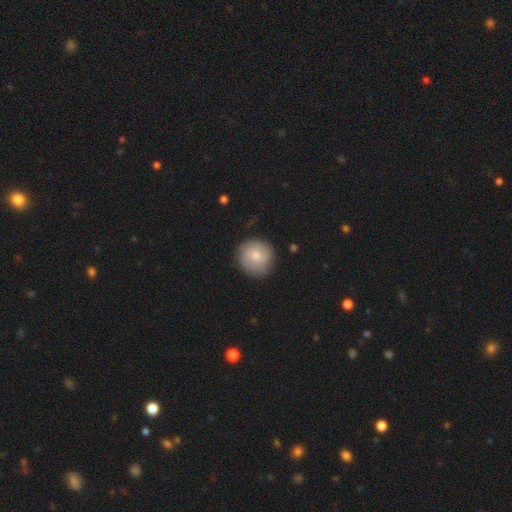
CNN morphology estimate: Smooth or featured? Predicted: smooth (p=0.51). How rounded? Predicted: round (p=0.90). Merging? Predicted: none (p=0.82).